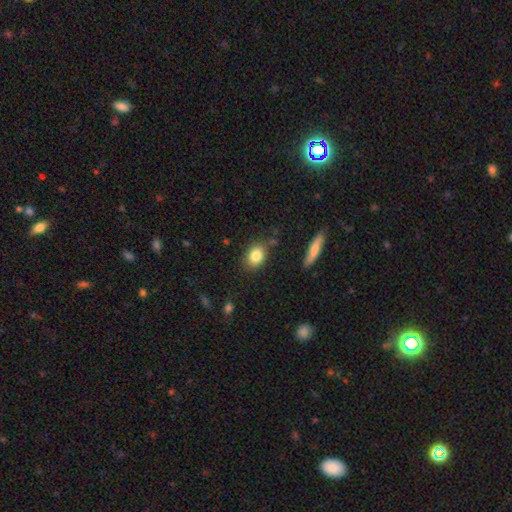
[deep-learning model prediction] Smooth or featured? smooth (83%)
How rounded? in between (55%)
Merging? none (80%)